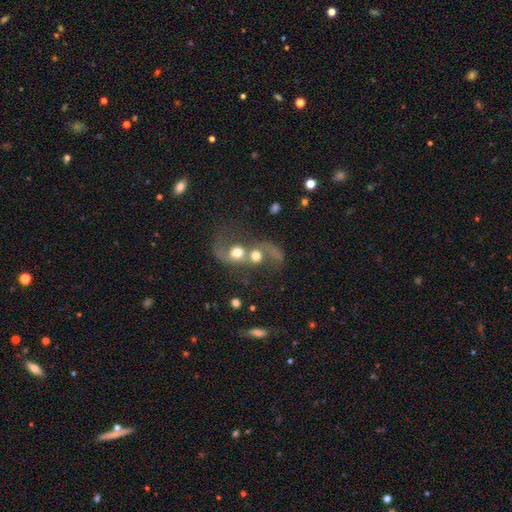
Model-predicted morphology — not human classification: Smooth or featured? featured or disk (45%)
Merging? merger (76%)